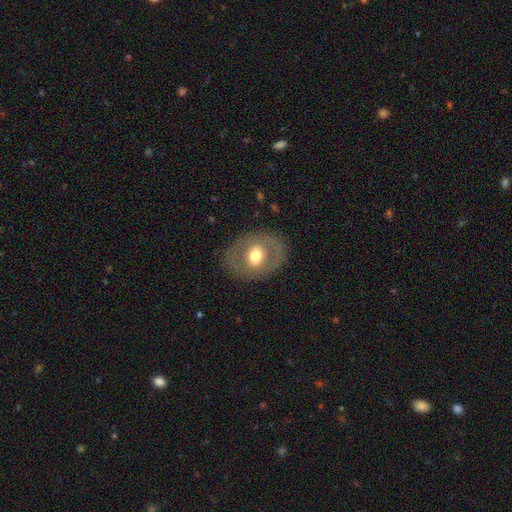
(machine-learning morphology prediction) Smooth or featured? Predicted: smooth (p=0.52). How rounded? Predicted: in between (p=0.53). Merging? Predicted: none (p=0.82).